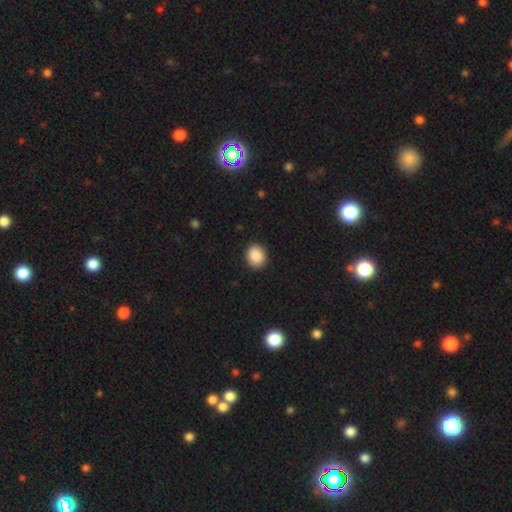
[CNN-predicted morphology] The model was most divided on "how rounded": round: 65%, in between: 34%, cigar-shaped: 1%. More confident: merging — none (90%); smooth or featured — smooth (89%).